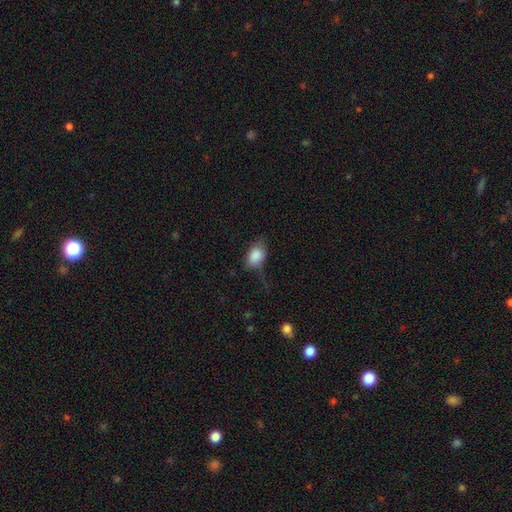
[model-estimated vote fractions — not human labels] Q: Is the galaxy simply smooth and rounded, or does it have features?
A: smooth — 84%.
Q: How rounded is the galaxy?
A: in between — 82%.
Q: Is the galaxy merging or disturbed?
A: none — 42%.